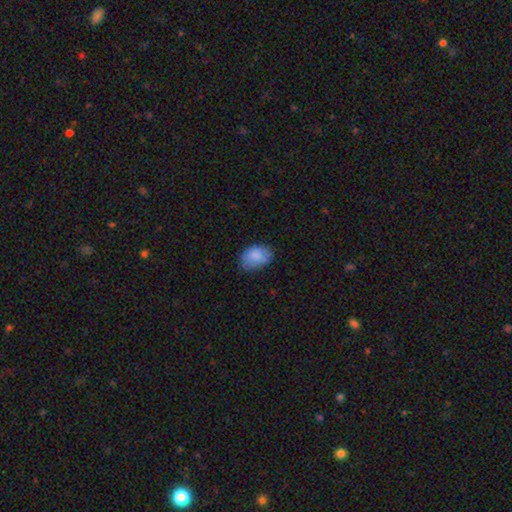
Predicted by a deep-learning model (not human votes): Smooth or featured?
  - smooth: 85% *
  - featured or disk: 8%
  - star or artifact: 7%
How rounded?
  - in between: 83% *
  - round: 16%
  - cigar-shaped: 1%
Merging?
  - none: 71% *
  - minor disturbance: 23%
  - major disturbance: 5%
  - merger: 1%